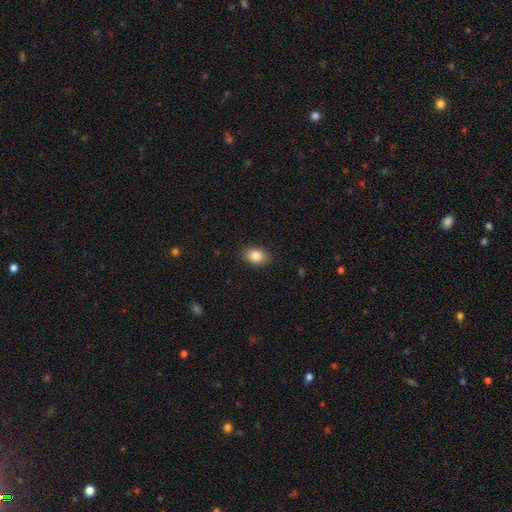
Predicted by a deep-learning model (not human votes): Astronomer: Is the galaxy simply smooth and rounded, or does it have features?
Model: smooth — 86%.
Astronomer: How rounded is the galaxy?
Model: in between — 76%.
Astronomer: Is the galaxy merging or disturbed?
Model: none — 89%.